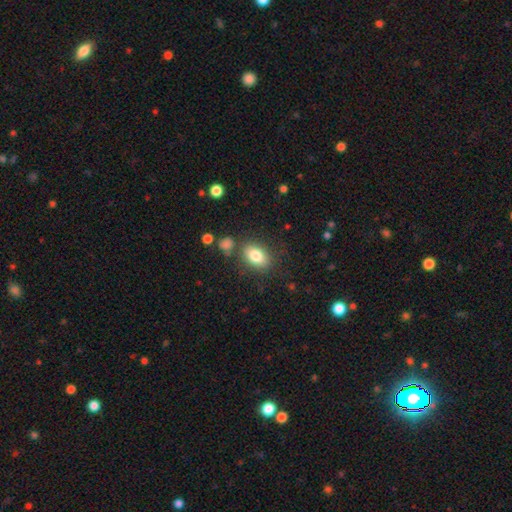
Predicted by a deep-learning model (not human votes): Smooth or featured: smooth — 82% (featured or disk — 10%)
How rounded: in between — 84% (round — 14%)
Merging: none — 78% (minor disturbance — 12%)